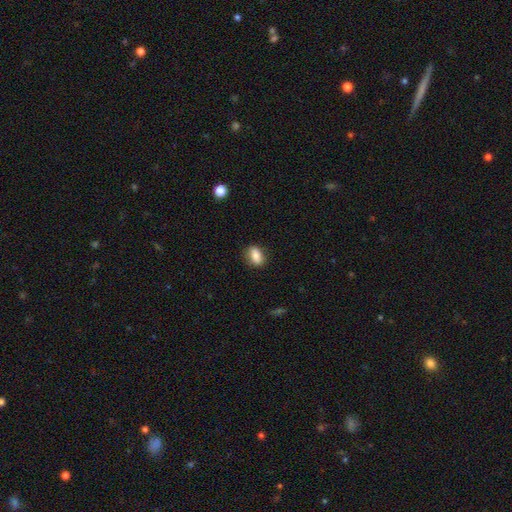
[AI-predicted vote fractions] Morphology: type=smooth (83%); roundness=in between (81%); merging=none (83%).